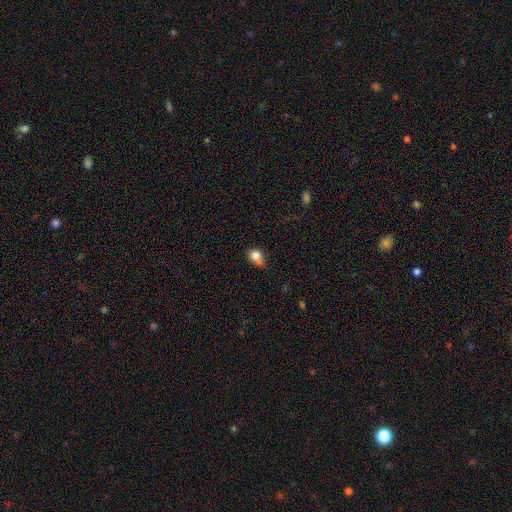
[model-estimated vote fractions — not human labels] Morphology: type=smooth (80%); roundness=round (58%); merging=none (41%).